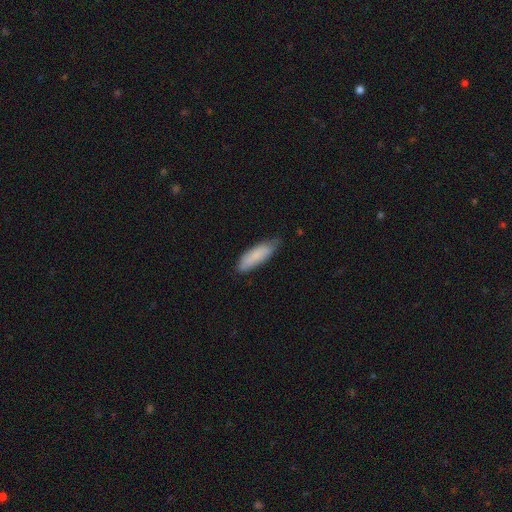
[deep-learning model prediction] Q: Smooth or featured?
A: smooth (84%); runner-up: featured or disk (11%)
Q: How rounded?
A: in between (51%); runner-up: cigar-shaped (48%)
Q: Merging?
A: none (67%); runner-up: minor disturbance (28%)